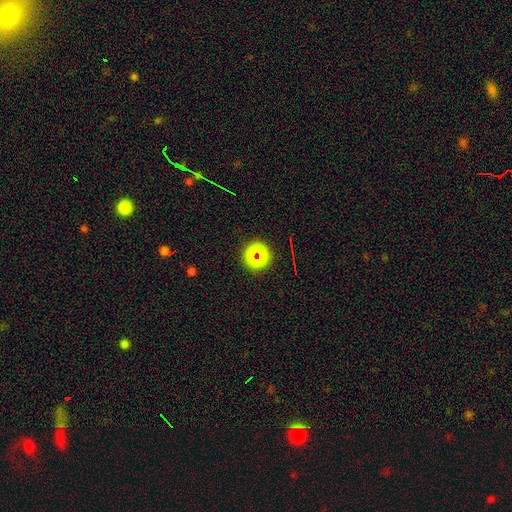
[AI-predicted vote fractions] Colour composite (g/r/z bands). It shows a star or artifact, not a galaxy (56%).